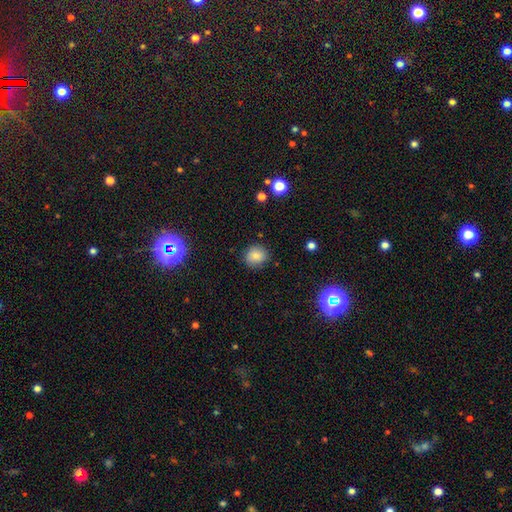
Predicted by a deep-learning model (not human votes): Smooth or featured?
  - smooth: 80% *
  - star or artifact: 12%
  - featured or disk: 8%
How rounded?
  - round: 83% *
  - in between: 16%
  - cigar-shaped: 1%
Merging?
  - none: 85% *
  - minor disturbance: 11%
  - major disturbance: 3%
  - merger: 2%